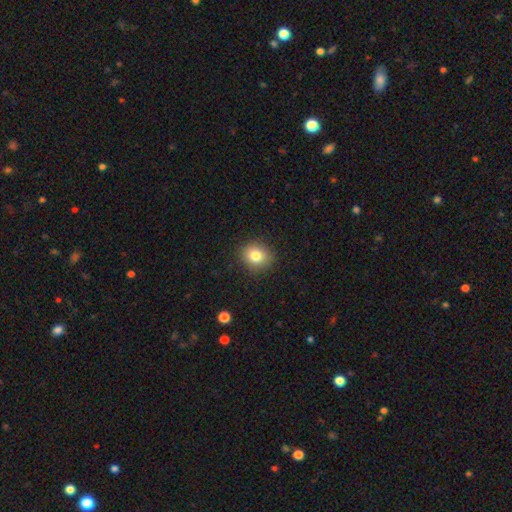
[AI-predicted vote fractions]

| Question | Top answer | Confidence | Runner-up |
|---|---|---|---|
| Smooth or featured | smooth | 81% | star or artifact (11%) |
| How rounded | round | 70% | in between (29%) |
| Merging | none | 88% | minor disturbance (9%) |